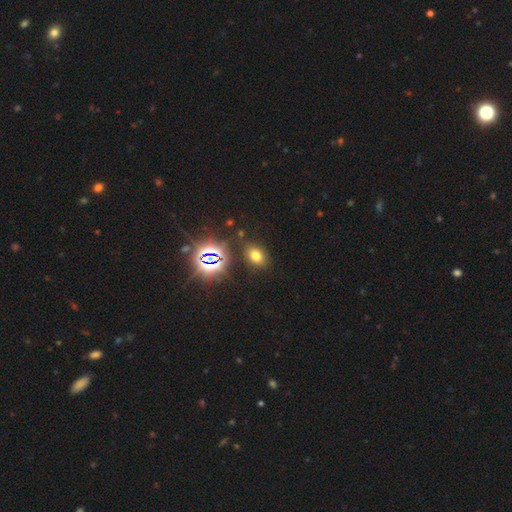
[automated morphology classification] A smooth galaxy with no disk features (65%) that is in between round and cigar-shaped (68%).

Vote fractions:
- Smooth or featured? smooth: 65% / star or artifact: 27% / featured or disk: 8%
- How rounded? in between: 68% / round: 31% / cigar-shaped: 1%
- Merging? none: 85% / minor disturbance: 9% / major disturbance: 3% / merger: 3%